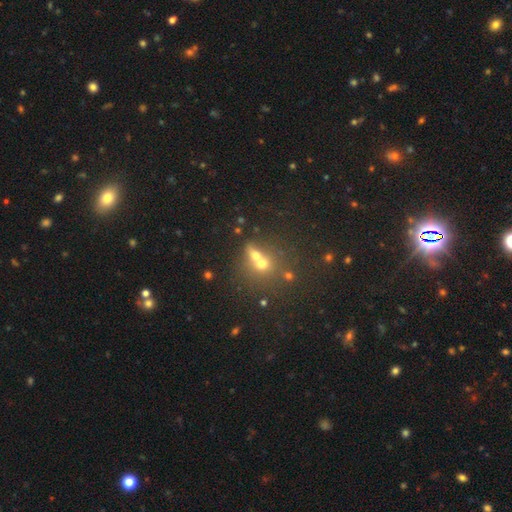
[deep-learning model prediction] Smooth or featured? Predicted: smooth (p=0.61). How rounded? Predicted: round (p=0.60). Merging? Predicted: merger (p=0.59).